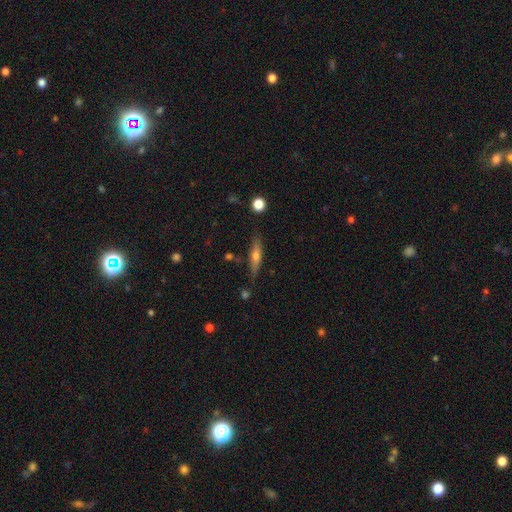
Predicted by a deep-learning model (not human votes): Smooth or featured?
  - smooth: 49% *
  - featured or disk: 44%
  - star or artifact: 7%
Merging?
  - none: 78% *
  - minor disturbance: 15%
  - merger: 4%
  - major disturbance: 3%